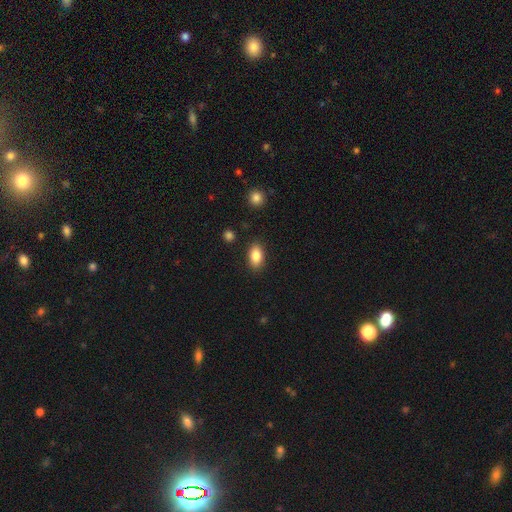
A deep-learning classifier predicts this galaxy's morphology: This is clearly a smooth galaxy (86%). How rounded: clearly in between (90%). Merging: clearly none (88%).